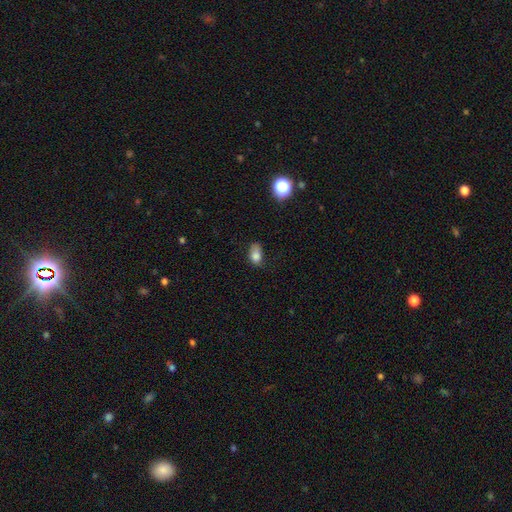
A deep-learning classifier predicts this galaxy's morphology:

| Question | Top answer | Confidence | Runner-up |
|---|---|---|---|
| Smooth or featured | smooth | 78% | star or artifact (11%) |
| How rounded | in between | 82% | round (16%) |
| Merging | none | 41% | minor disturbance (38%) |